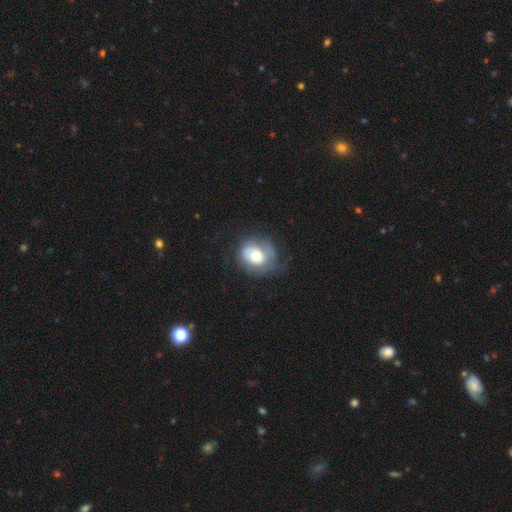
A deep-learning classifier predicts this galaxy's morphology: Smooth or featured? smooth (50%)
How rounded? round (61%)
Merging? none (50%)